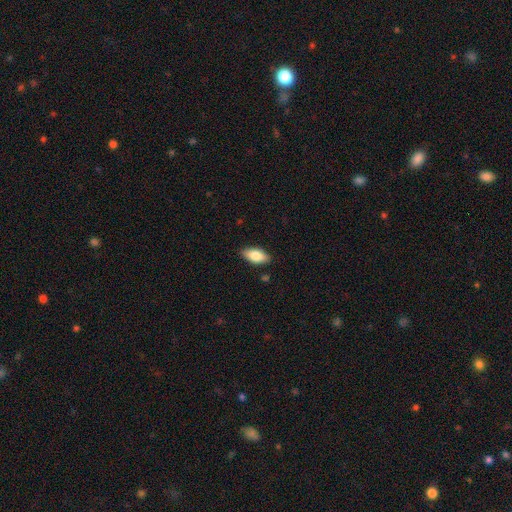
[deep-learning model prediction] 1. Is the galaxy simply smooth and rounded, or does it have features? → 82% smooth, 12% featured or disk, 6% star or artifact.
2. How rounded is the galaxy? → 90% in between, 8% cigar-shaped, 3% round.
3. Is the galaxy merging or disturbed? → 88% none, 9% minor disturbance, 2% major disturbance, 1% merger.